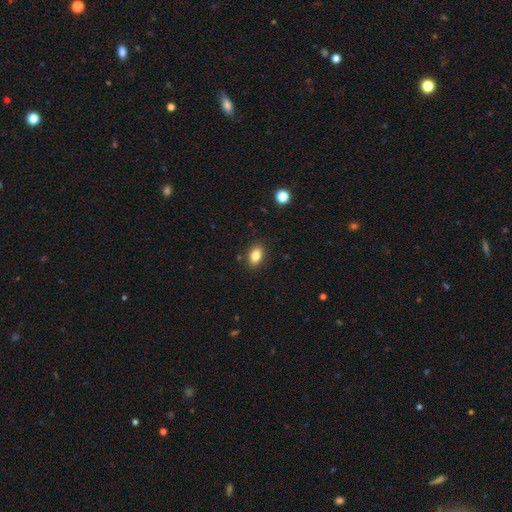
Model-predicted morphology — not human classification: smooth-or-featured: smooth: 83% | star or artifact: 9% | featured or disk: 8%
  how-rounded: in between: 84% | round: 14% | cigar-shaped: 2%
  merging: none: 88% | minor disturbance: 9% | major disturbance: 2% | merger: 2%